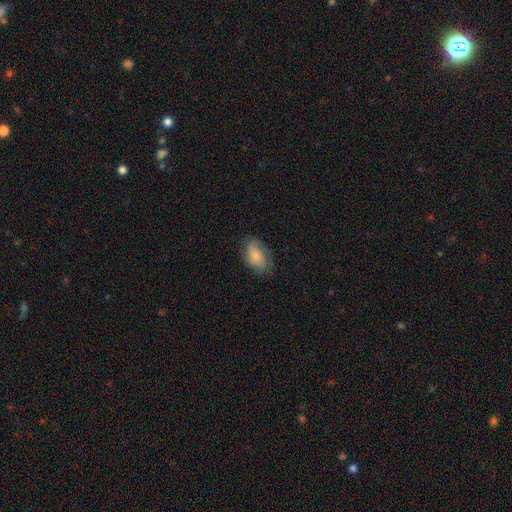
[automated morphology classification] The model was most divided on "smooth or featured": smooth: 55%, featured or disk: 38%, star or artifact: 7%. More confident: how rounded — in between (87%); merging — none (69%).